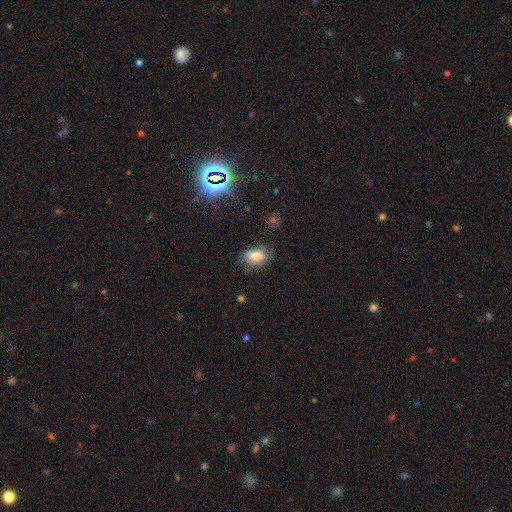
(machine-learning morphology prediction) Q: Smooth or featured?
A: smooth (79%); runner-up: star or artifact (11%)
Q: How rounded?
A: in between (86%); runner-up: round (13%)
Q: Merging?
A: none (67%); runner-up: minor disturbance (24%)